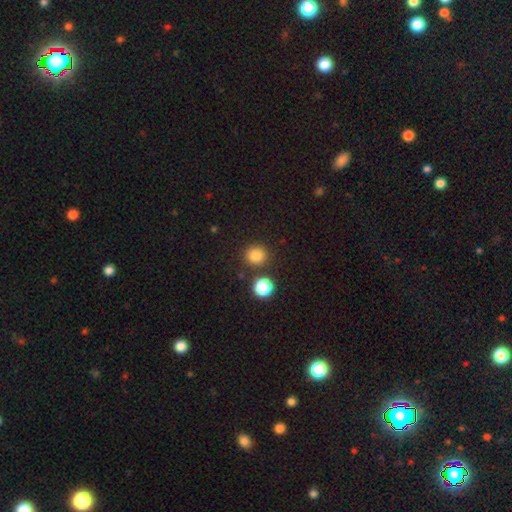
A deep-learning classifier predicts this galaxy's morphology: smooth 82%, star or artifact 13%, featured or disk 5%. Down the decision tree: how rounded — round (89%); merging — none (82%).